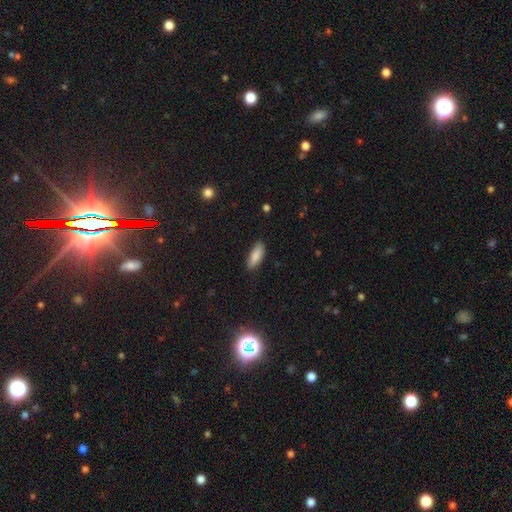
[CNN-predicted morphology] This appears to be a smooth galaxy with no disk features (86%) that is in between round and cigar-shaped (72%). Merging: none (85%).